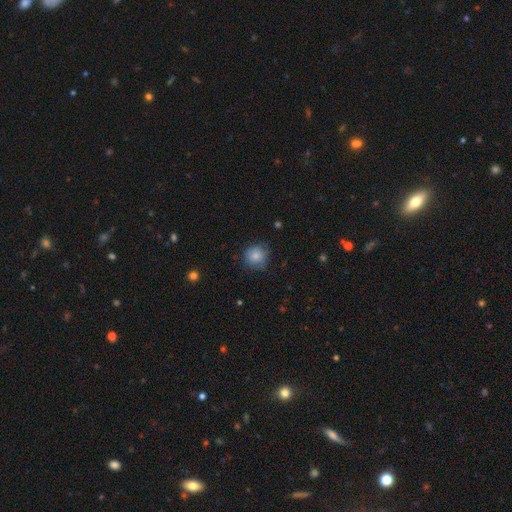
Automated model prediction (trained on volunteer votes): smooth-or-featured: smooth: 82% | featured or disk: 9% | star or artifact: 9%
  how-rounded: round: 90% | in between: 9% | cigar-shaped: 1%
  merging: none: 76% | minor disturbance: 19% | major disturbance: 4% | merger: 1%